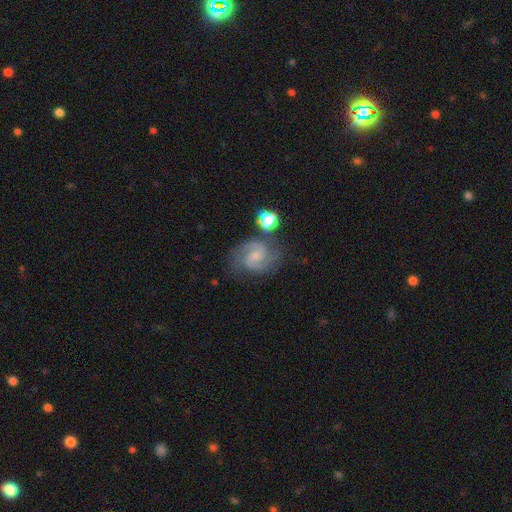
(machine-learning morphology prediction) Smooth or featured?
  - featured or disk: 83% *
  - smooth: 9%
  - star or artifact: 7%
Edge-on disk?
  - no: 98% *
  - yes: 2%
Bar?
  - weak: 53% *
  - no: 37%
  - strong: 10%
Spiral arms?
  - yes: 97% *
  - no: 3%
Spiral winding?
  - medium: 58% *
  - tight: 28%
  - loose: 14%
Spiral arm count?
  - 2: 89% *
  - can't tell: 4%
  - 3: 4%
  - 1: 1%
  - 4: 1%
  - more than 4: 1%
Bulge size?
  - small: 54% *
  - moderate: 23%
  - none: 20%
  - large: 2%
  - dominant: 1%
Merging?
  - none: 73% *
  - minor disturbance: 16%
  - major disturbance: 6%
  - merger: 6%